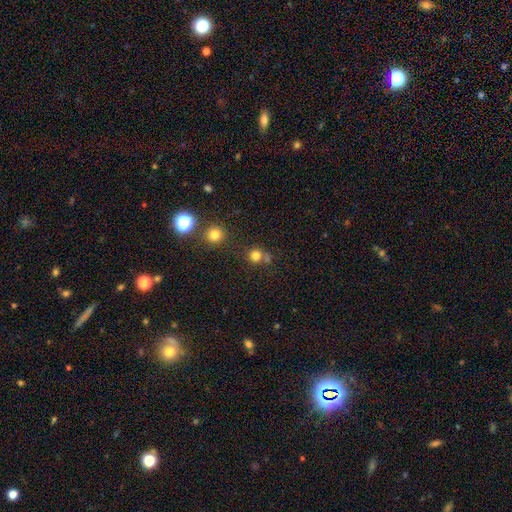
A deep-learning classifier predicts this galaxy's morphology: Overall: smooth (77%). How rounded: round (89%). Merging: none (64%).